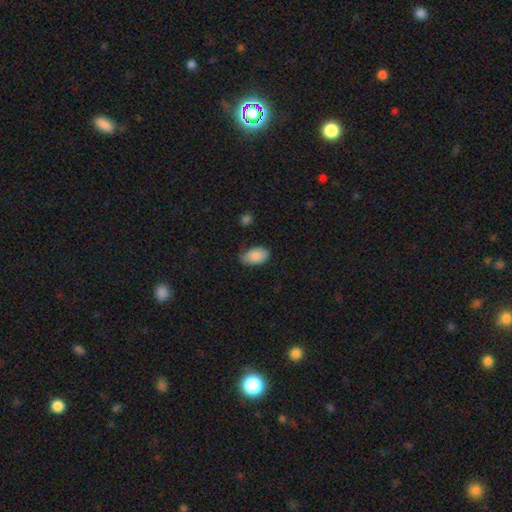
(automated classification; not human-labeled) smooth 89%, star or artifact 7%, featured or disk 5%. Down the decision tree: how rounded — in between (93%); merging — none (71%).